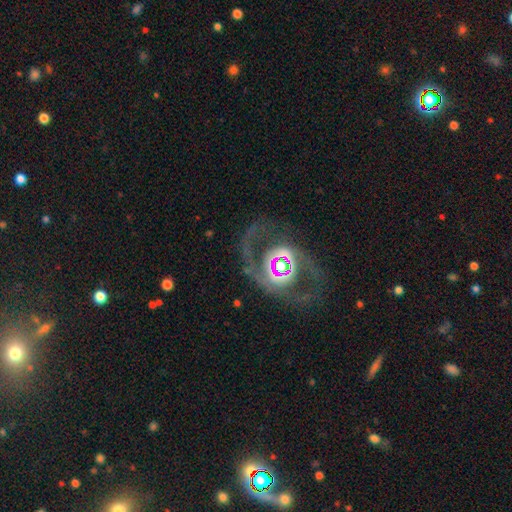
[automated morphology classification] This is clearly a featured or disk galaxy (85%). It is clearly not viewed edge-on (97%). Bar: possibly no (46%). Spiral arm pattern: clearly yes (88%). Spiral arm count: clearly 2 (89%). Spiral winding: possibly medium (55%). Central bulge: possibly moderate (58%). Merging: likely none (75%).